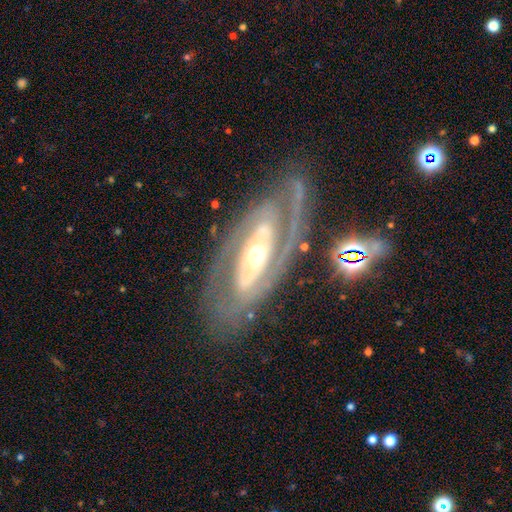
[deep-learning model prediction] The model was most divided on "spiral winding": tight: 50%, medium: 38%, loose: 12%. Remaining: edge-on disk — no (91%); smooth or featured — featured or disk (86%); spiral arms — yes (83%); spiral arm count — 2 (76%); merging — none (75%); bulge size — moderate (64%); bar — no (46%).